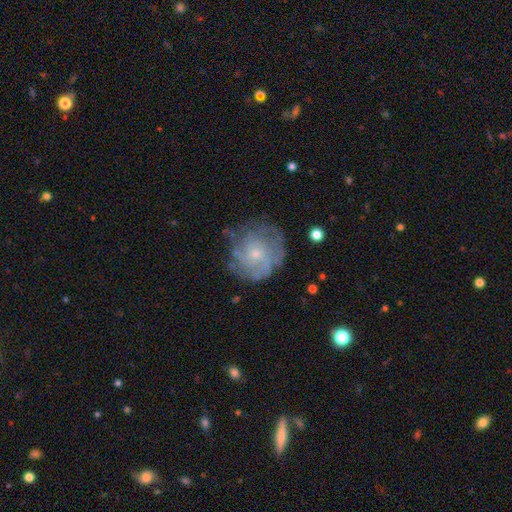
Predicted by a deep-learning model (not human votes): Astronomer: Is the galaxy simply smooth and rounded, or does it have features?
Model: featured or disk — 64%.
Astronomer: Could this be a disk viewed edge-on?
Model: no — 97%.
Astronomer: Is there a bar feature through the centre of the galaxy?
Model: no — 75%.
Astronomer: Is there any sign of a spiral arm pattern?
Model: yes — 76%.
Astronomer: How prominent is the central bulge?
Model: small — 68%.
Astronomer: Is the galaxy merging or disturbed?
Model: none — 69%.